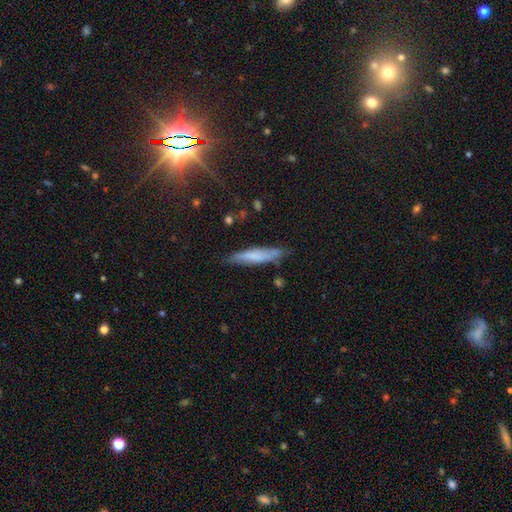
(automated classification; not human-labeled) smooth-or-featured: smooth: 64% | featured or disk: 28% | star or artifact: 8%
  how-rounded: cigar-shaped: 86% | in between: 12% | round: 2%
  merging: none: 76% | minor disturbance: 18% | major disturbance: 4% | merger: 3%